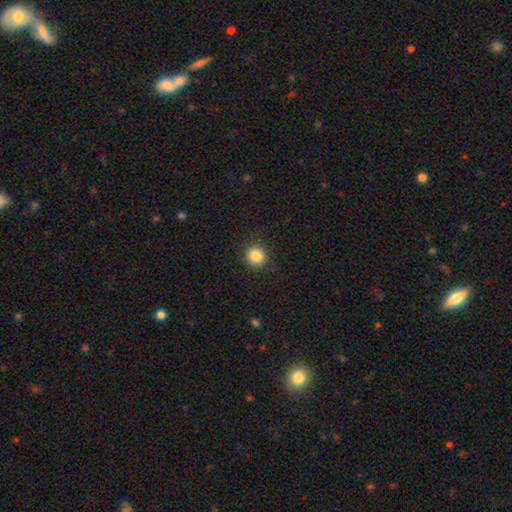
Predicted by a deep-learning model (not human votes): The model was most divided on "smooth or featured": smooth: 85%, star or artifact: 10%, featured or disk: 4%. More confident: how rounded — round (90%); merging — none (90%).